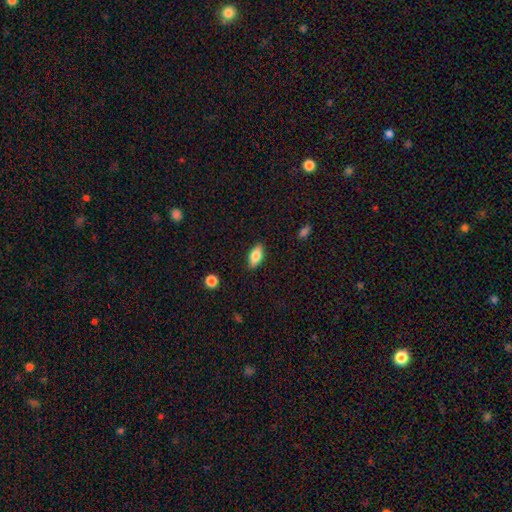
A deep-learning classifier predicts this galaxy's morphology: Q: Smooth or featured?
A: smooth (72%); runner-up: featured or disk (21%)
Q: How rounded?
A: in between (84%); runner-up: cigar-shaped (12%)
Q: Merging?
A: none (87%); runner-up: minor disturbance (10%)